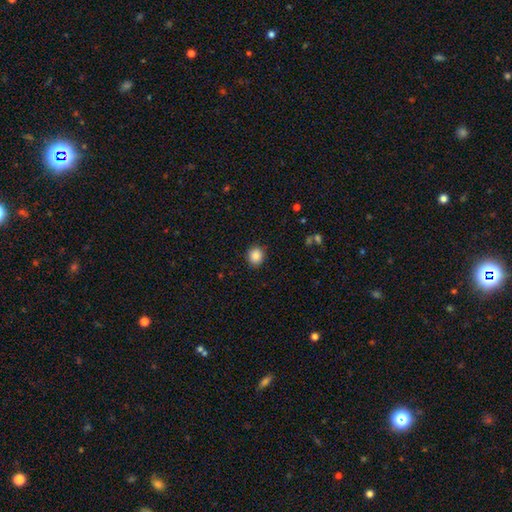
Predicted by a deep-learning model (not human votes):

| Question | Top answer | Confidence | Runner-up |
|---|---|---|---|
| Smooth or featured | smooth | 87% | star or artifact (9%) |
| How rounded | round | 81% | in between (18%) |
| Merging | none | 89% | minor disturbance (8%) |